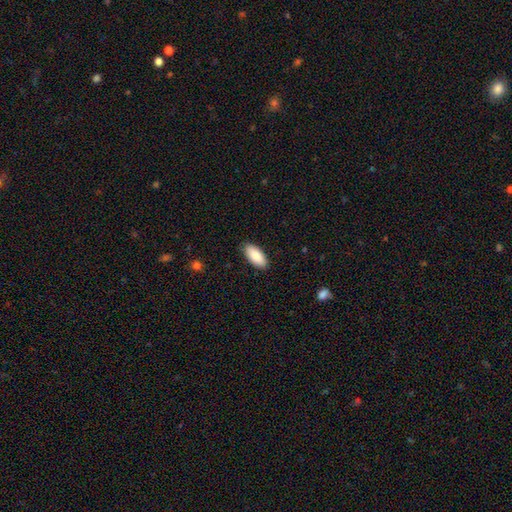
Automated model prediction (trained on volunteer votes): The model was most divided on "merging": none: 88%, minor disturbance: 9%, major disturbance: 2%, merger: 1%. More confident: how rounded — in between (88%); smooth or featured — smooth (87%).